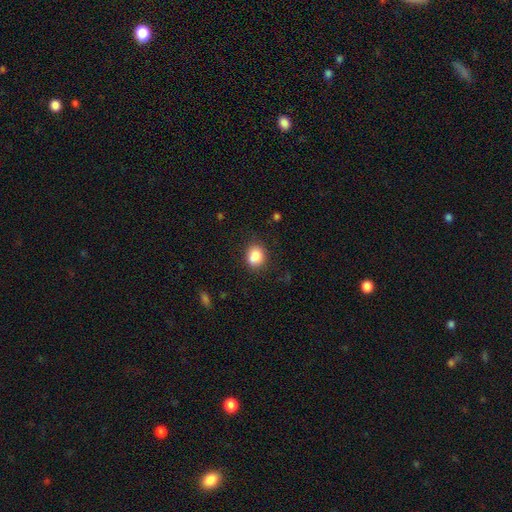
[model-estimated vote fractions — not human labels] This is clearly a smooth galaxy (84%). How rounded: likely round (62%). Merging: likely none (75%).